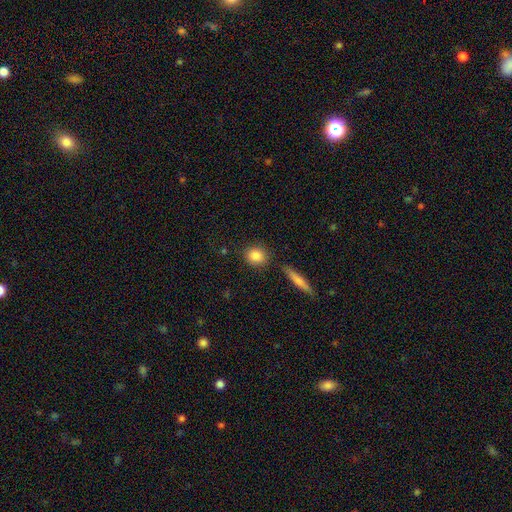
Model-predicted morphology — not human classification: Smooth or featured?
  - smooth: 85% *
  - star or artifact: 8%
  - featured or disk: 7%
How rounded?
  - round: 76% *
  - in between: 20%
  - cigar-shaped: 3%
Merging?
  - none: 83% *
  - minor disturbance: 9%
  - merger: 5%
  - major disturbance: 3%